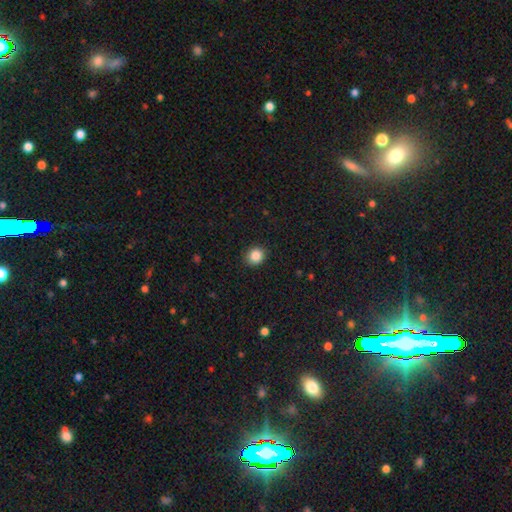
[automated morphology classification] The model was most divided on "how rounded": round: 80%, in between: 19%, cigar-shaped: 1%. More confident: merging — none (90%); smooth or featured — smooth (87%).